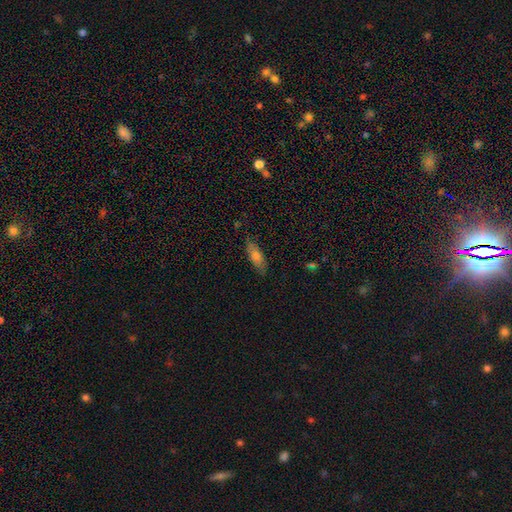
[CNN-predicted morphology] The model was most divided on "how rounded": in between: 50%, cigar-shaped: 47%, round: 3%. More confident: merging — none (82%); smooth or featured — smooth (58%).